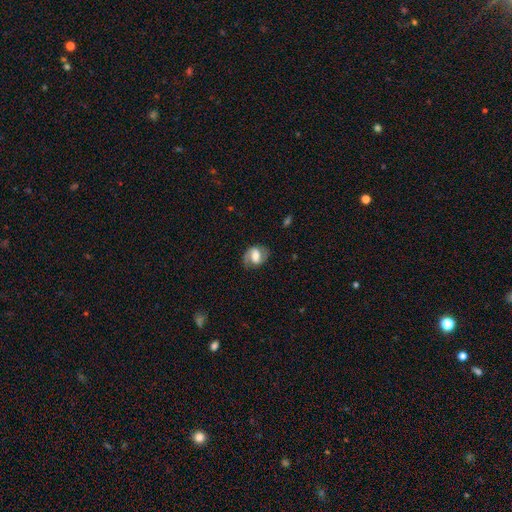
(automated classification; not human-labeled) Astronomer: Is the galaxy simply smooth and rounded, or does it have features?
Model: featured or disk — 65%.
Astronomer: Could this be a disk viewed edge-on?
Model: no — 96%.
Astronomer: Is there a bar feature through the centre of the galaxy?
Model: weak — 44% (runner-up: no, 28%).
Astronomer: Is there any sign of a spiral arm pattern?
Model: yes — 86%.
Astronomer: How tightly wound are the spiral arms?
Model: medium — 48% (runner-up: tight, 28%).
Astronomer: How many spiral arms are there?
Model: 2 — 80%.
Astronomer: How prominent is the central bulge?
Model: moderate — 50% (runner-up: large, 28%).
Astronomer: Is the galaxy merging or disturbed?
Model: none — 72%.